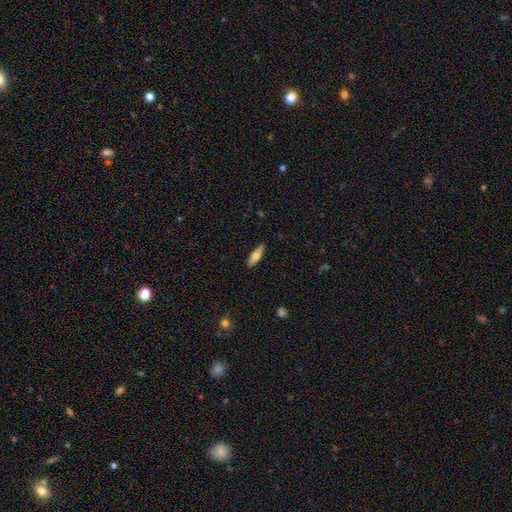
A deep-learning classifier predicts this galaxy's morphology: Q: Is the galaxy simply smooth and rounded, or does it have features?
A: smooth — 61%.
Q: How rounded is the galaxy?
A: cigar-shaped — 54%.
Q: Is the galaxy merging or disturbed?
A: none — 89%.